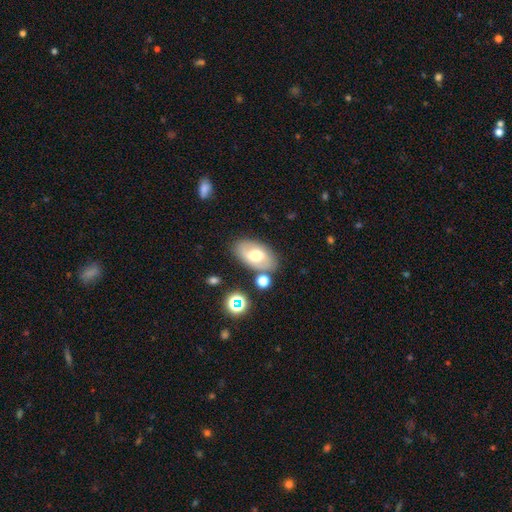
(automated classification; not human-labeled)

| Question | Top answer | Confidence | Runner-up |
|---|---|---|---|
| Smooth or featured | smooth | 51% | featured or disk (41%) |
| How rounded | in between | 91% | round (7%) |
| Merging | none | 76% | minor disturbance (14%) |